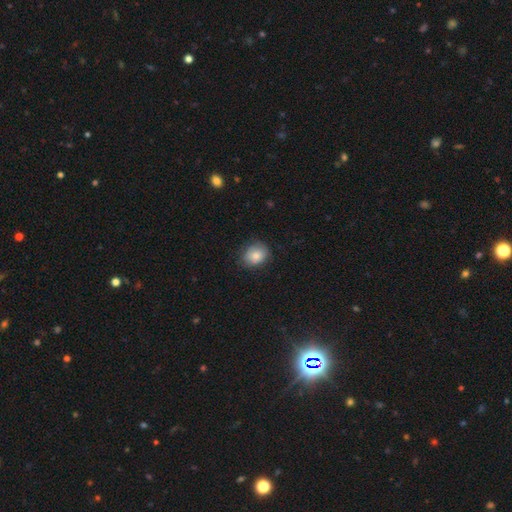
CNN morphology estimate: Smooth or featured?
  - smooth: 82% *
  - featured or disk: 10%
  - star or artifact: 9%
How rounded?
  - round: 54% *
  - in between: 46%
  - cigar-shaped: 1%
Merging?
  - none: 76% *
  - minor disturbance: 19%
  - major disturbance: 4%
  - merger: 1%